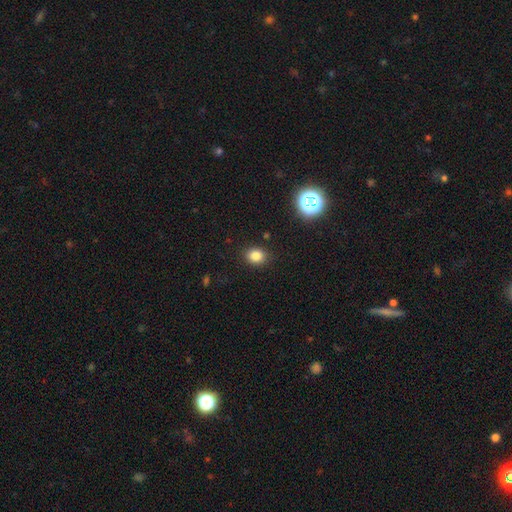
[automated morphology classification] Q: Smooth or featured?
A: smooth (82%); runner-up: star or artifact (13%)
Q: How rounded?
A: round (60%); runner-up: in between (39%)
Q: Merging?
A: none (88%); runner-up: minor disturbance (8%)